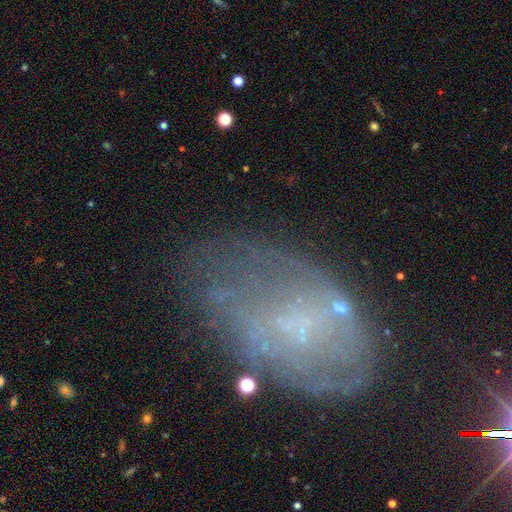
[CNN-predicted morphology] A featured or disk galaxy (57%) with no bar (71%), no spiral arms (54%) and no central bulge (54%).

Vote fractions:
- Smooth or featured? featured or disk: 57% / smooth: 28% / star or artifact: 15%
- Edge-on disk? no: 96% / yes: 4%
- Bar? no: 71% / weak: 23% / strong: 6%
- Spiral arms? no: 54% / yes: 46%
- Bulge size? none: 54% / small: 34% / moderate: 9% / large: 2% / dominant: 1%
- Merging? none: 55% / minor disturbance: 23% / major disturbance: 17% / merger: 4%